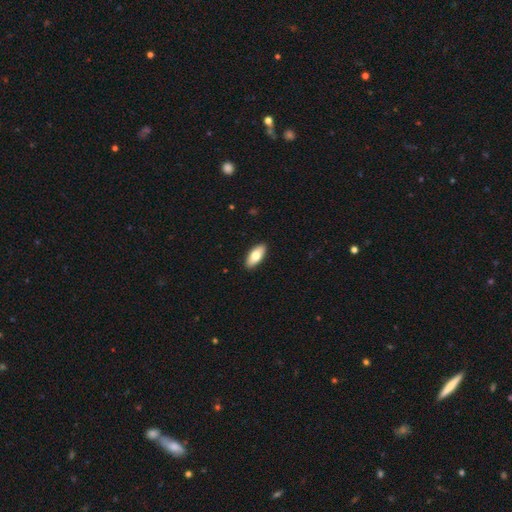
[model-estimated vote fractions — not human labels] smooth-or-featured: smooth: 75% | featured or disk: 20% | star or artifact: 6%
  how-rounded: in between: 84% | cigar-shaped: 14% | round: 2%
  merging: none: 91% | minor disturbance: 7% | major disturbance: 1% | merger: 1%